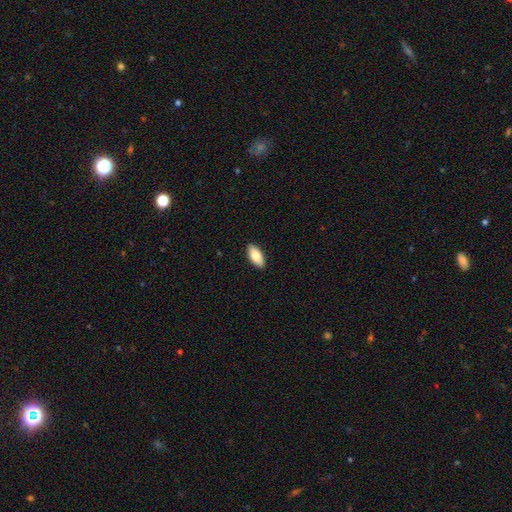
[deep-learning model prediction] Q: Smooth or featured?
A: smooth (80%); runner-up: featured or disk (14%)
Q: How rounded?
A: in between (89%); runner-up: cigar-shaped (9%)
Q: Merging?
A: none (91%); runner-up: minor disturbance (7%)